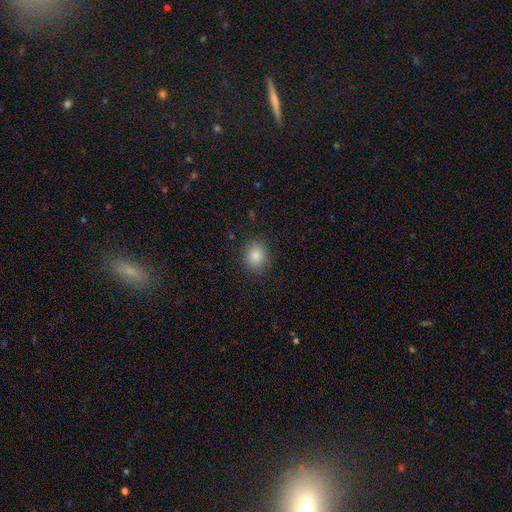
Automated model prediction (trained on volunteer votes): smooth_or_featured: smooth (p=0.85) [alt: star or artifact p=0.09]
how_rounded: round (p=0.66) [alt: in between p=0.33]
merging: none (p=0.86) [alt: minor disturbance p=0.10]